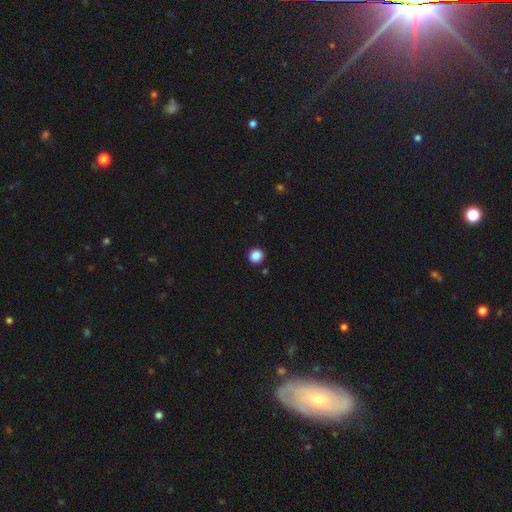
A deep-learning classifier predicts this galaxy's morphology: Smooth or featured? smooth (88%)
How rounded? round (92%)
Merging? none (92%)